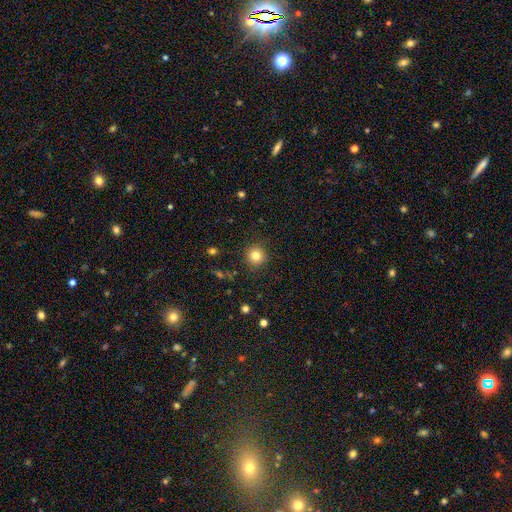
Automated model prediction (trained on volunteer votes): Morphology: type=smooth (82%); roundness=round (94%); merging=none (91%).